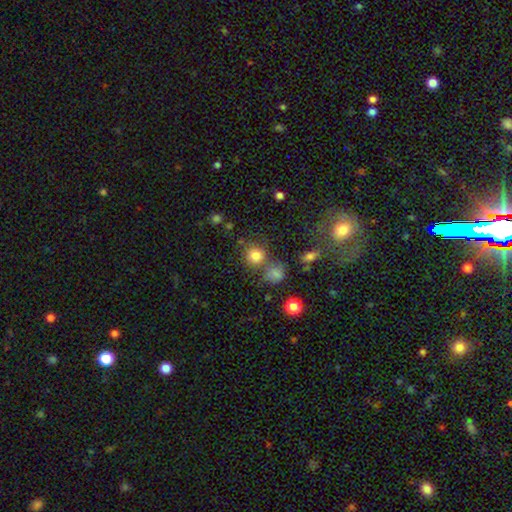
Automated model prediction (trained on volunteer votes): Morphology: type=smooth (79%); roundness=round (89%); merging=none (66%).